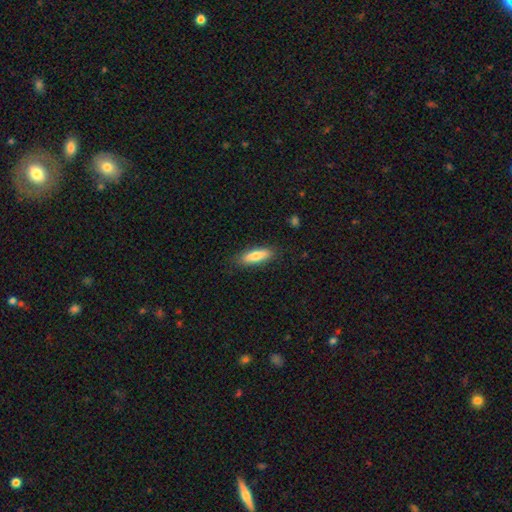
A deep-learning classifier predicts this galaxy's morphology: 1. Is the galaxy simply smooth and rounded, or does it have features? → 78% smooth, 16% featured or disk, 6% star or artifact.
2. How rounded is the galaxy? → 52% cigar-shaped, 46% in between, 2% round.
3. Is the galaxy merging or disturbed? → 85% none, 11% minor disturbance, 2% major disturbance, 1% merger.